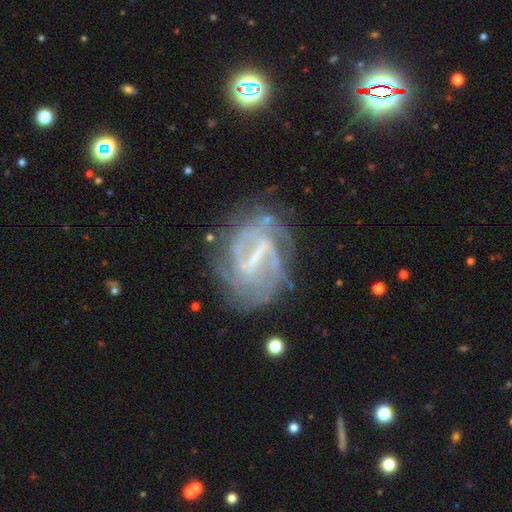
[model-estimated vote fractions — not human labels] smooth-or-featured: featured or disk: 84% | smooth: 9% | star or artifact: 8%
  disk-edge-on: no: 96% | yes: 4%
    bar: strong: 61% | weak: 31% | no: 8%
    has-spiral-arms: yes: 86% | no: 14%
      spiral-winding: tight: 46% | medium: 37% | loose: 18%
      spiral-arm-count: 2: 42% | can't tell: 33% | 3: 11% | 1: 5% | 4: 5% | more than 4: 4%
    bulge-size: small: 40% | none: 39% | moderate: 17% | large: 3% | dominant: 1%
  merging: none: 65% | minor disturbance: 19% | major disturbance: 13% | merger: 3%